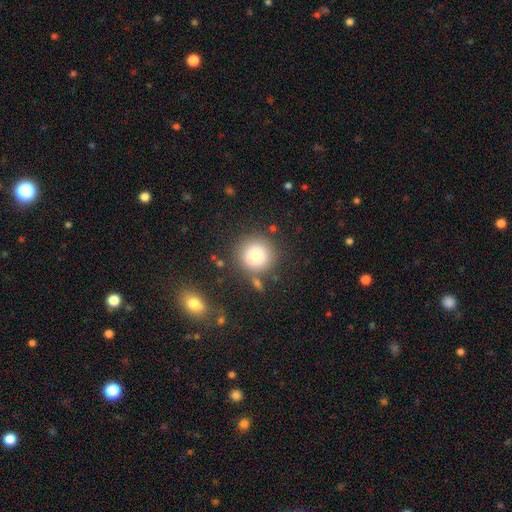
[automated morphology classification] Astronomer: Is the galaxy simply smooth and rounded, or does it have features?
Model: smooth — 76%.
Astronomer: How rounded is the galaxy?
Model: round — 94%.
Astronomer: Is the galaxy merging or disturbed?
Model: none — 76%.